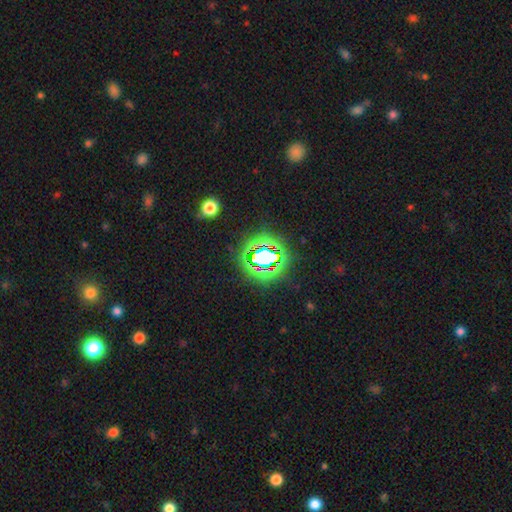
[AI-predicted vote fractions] Smooth or featured: star or artifact — 75% (smooth — 16%)